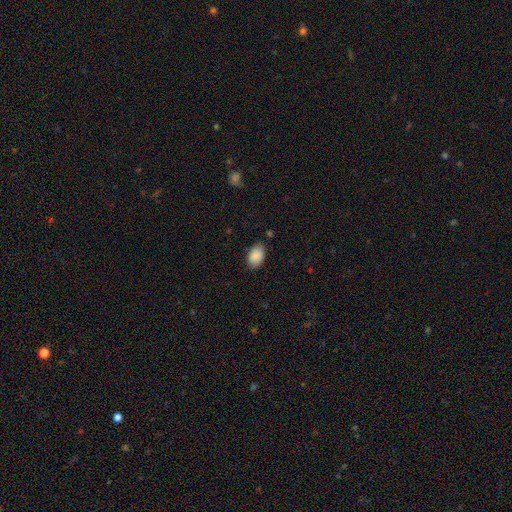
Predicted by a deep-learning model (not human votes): Q: Smooth or featured?
A: smooth (89%); runner-up: star or artifact (7%)
Q: How rounded?
A: in between (91%); runner-up: round (8%)
Q: Merging?
A: none (80%); runner-up: minor disturbance (15%)